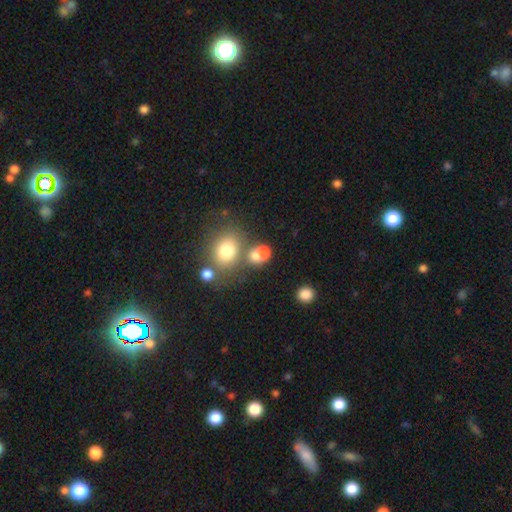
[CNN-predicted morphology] type=smooth (70%); roundness=round (65%); merging=merger (45%).